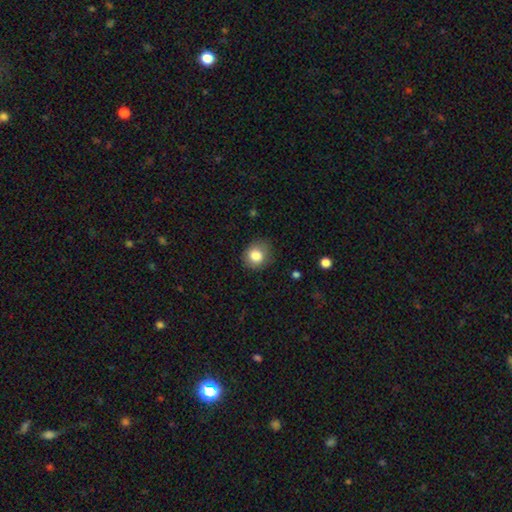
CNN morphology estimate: Smooth or featured? smooth (83%)
How rounded? round (78%)
Merging? none (78%)